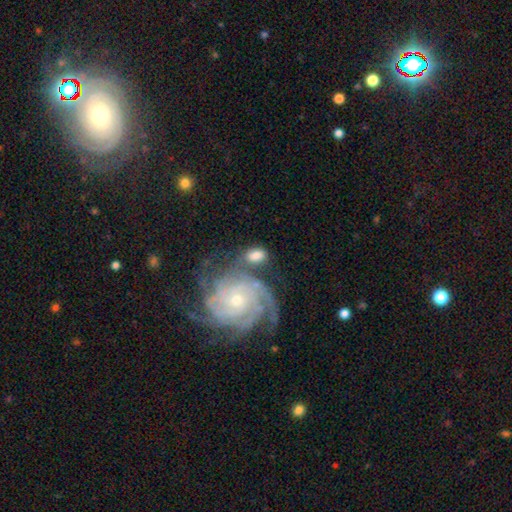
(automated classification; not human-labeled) A smooth galaxy with no disk features (49%).

Vote fractions:
- Smooth or featured? smooth: 49% / featured or disk: 43% / star or artifact: 8%
- Merging? none: 46% / merger: 25% / minor disturbance: 18% / major disturbance: 11%